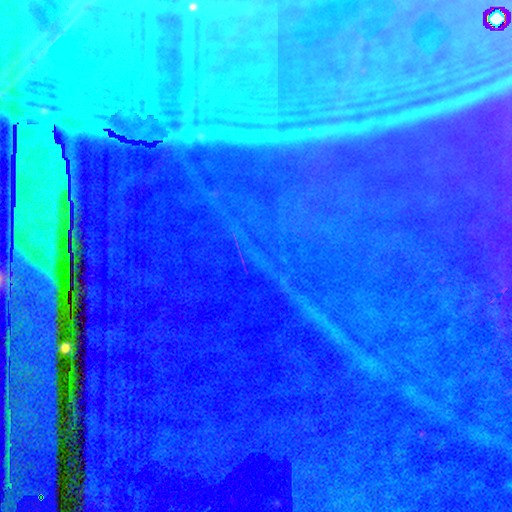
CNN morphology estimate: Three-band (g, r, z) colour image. It shows a star or artifact, not a galaxy (86%).